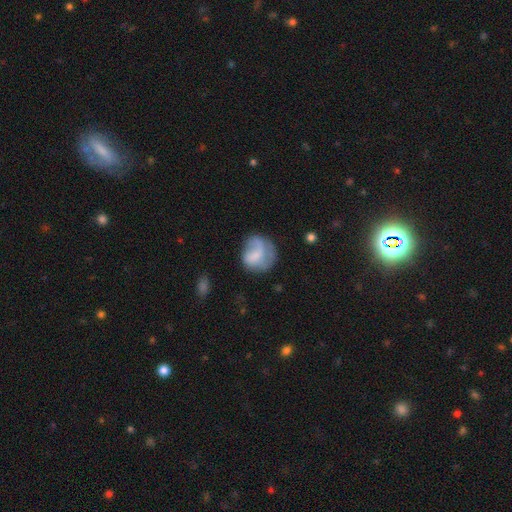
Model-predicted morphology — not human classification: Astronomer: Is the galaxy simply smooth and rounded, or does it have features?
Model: smooth — 56% (runner-up: featured or disk, 36%).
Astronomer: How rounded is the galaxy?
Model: round — 72%.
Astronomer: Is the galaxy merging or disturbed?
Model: none — 48% (runner-up: minor disturbance, 25%).